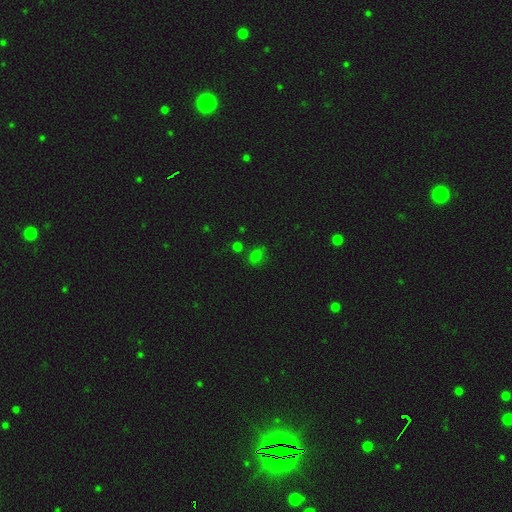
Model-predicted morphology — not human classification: Overall: smooth (69%). How rounded: in between (58%; round 40%). Merging: none (70%).